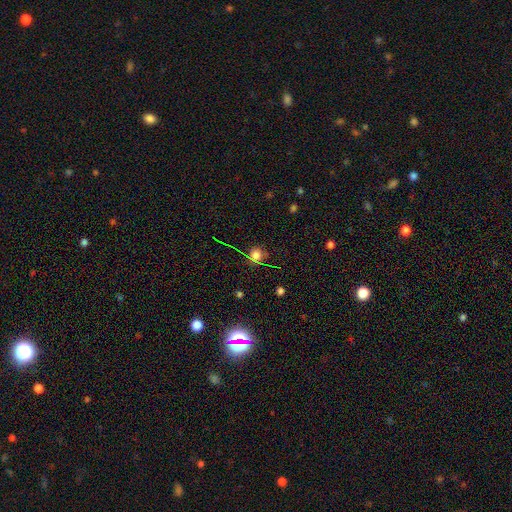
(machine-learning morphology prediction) The model was most divided on "smooth or featured": smooth: 57%, star or artifact: 33%, featured or disk: 9%. More confident: how rounded — round (86%); merging — none (79%).